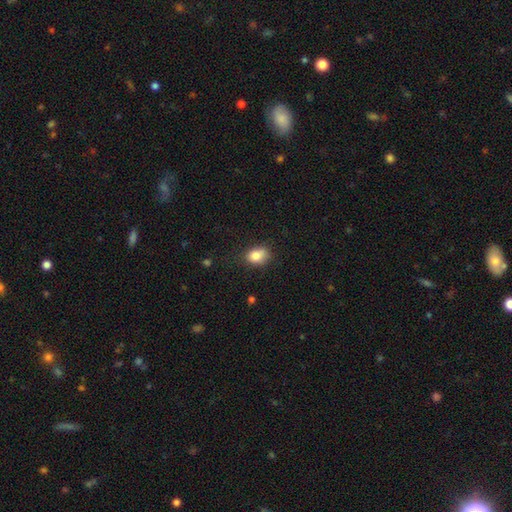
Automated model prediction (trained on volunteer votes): Smooth or featured? Predicted: smooth (p=0.82). How rounded? Predicted: in between (p=0.62). Merging? Predicted: none (p=0.65).